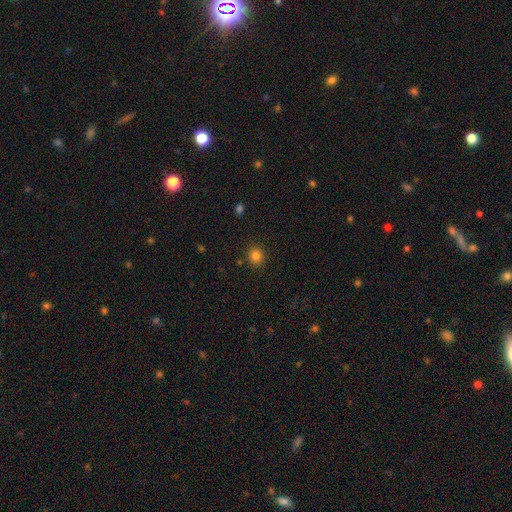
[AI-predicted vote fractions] smooth_or_featured: smooth (p=0.83) [alt: star or artifact p=0.13]
how_rounded: round (p=0.83) [alt: in between p=0.16]
merging: none (p=0.89) [alt: minor disturbance p=0.07]